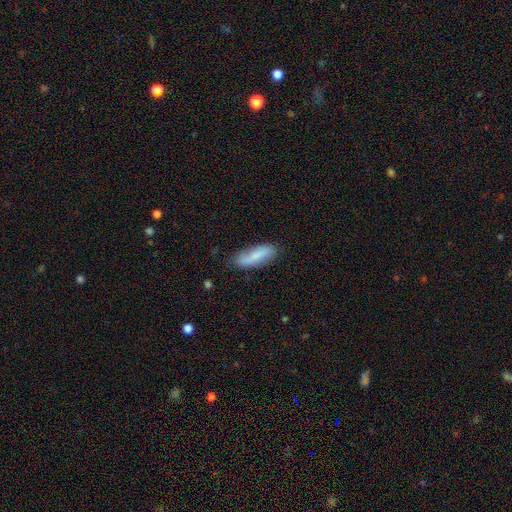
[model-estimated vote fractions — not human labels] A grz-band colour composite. It shows a smooth galaxy with no disk features (71%) that is cigar-shaped (50%). Merging: none (77%).